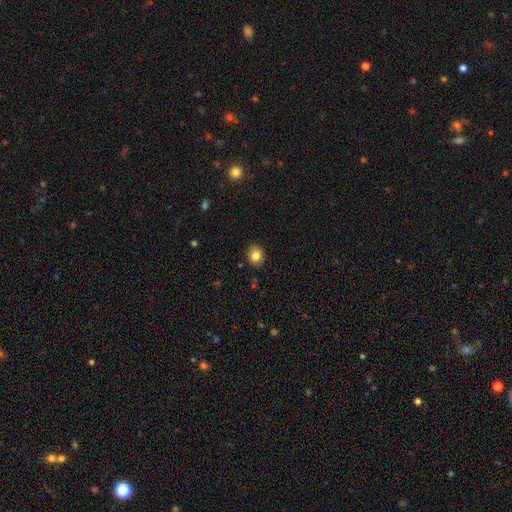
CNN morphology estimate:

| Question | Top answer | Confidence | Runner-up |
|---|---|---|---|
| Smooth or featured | smooth | 81% | star or artifact (10%) |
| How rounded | round | 64% | in between (36%) |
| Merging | none | 86% | minor disturbance (11%) |